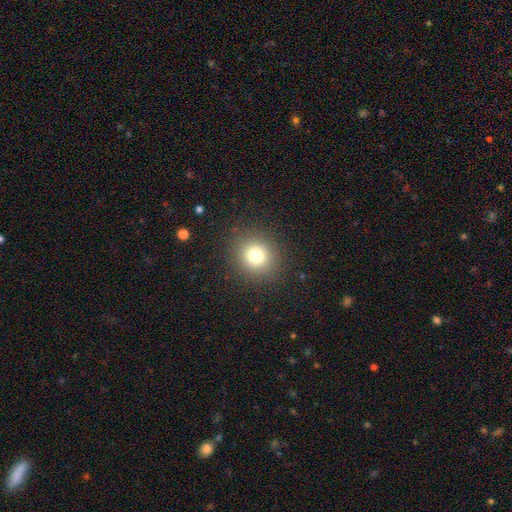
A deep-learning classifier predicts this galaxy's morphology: smooth_or_featured: smooth (p=0.77) [alt: star or artifact p=0.14]
how_rounded: round (p=0.87) [alt: in between p=0.12]
merging: none (p=0.89) [alt: minor disturbance p=0.07]